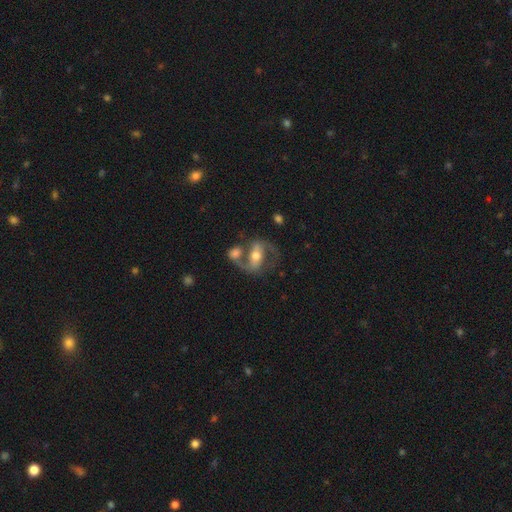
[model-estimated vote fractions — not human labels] A featured or disk galaxy (80%) with a strong bar (46%), 2 (87%) medium (51%) spiral arms (86%) and a moderate central bulge (65%).

Vote fractions:
- Smooth or featured? featured or disk: 80% / smooth: 12% / star or artifact: 8%
- Edge-on disk? no: 94% / yes: 6%
- Bar? strong: 46% / weak: 33% / no: 22%
- Spiral arms? yes: 86% / no: 14%
- Spiral winding? medium: 51% / loose: 29% / tight: 20%
- Spiral arm count? 2: 87% / can't tell: 6% / 1: 4% / 3: 1% / 4: 1% / more than 4: 1%
- Bulge size? moderate: 65% / small: 25% / large: 6% / none: 2% / dominant: 1%
- Merging? none: 49% / merger: 30% / minor disturbance: 12% / major disturbance: 9%